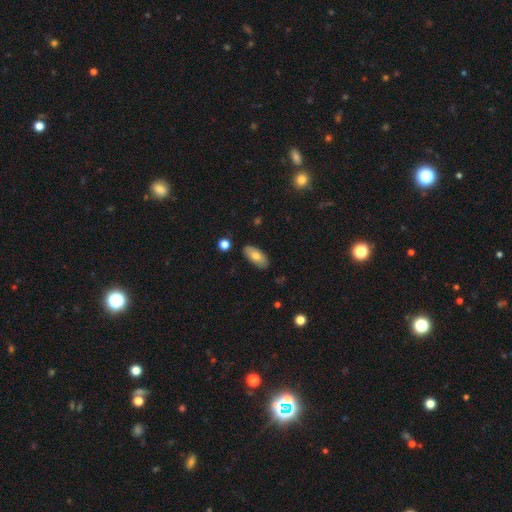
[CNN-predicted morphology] Smooth or featured? Predicted: smooth (p=0.74). How rounded? Predicted: in between (p=0.88). Merging? Predicted: none (p=0.84).